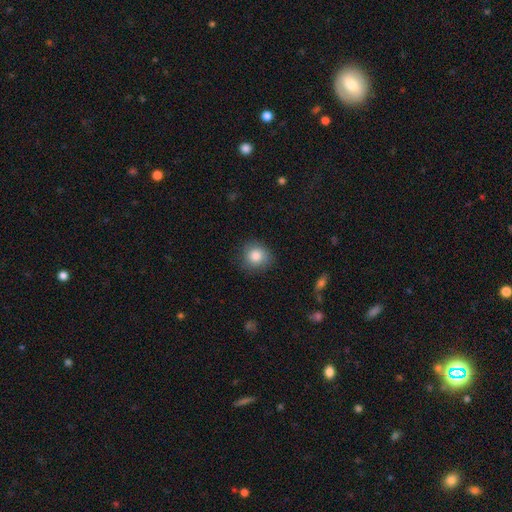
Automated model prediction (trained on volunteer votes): smooth_or_featured: smooth (p=0.84) [alt: star or artifact p=0.09]
how_rounded: round (p=0.87) [alt: in between p=0.12]
merging: none (p=0.82) [alt: minor disturbance p=0.14]